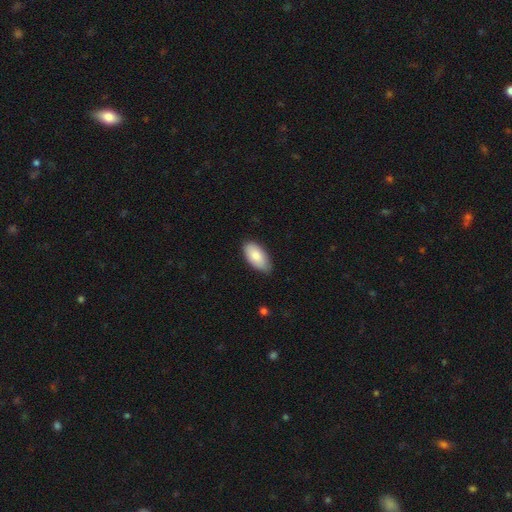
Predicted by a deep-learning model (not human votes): smooth 83%, featured or disk 11%, star or artifact 6%. Down the decision tree: how rounded — in between (95%); merging — none (78%).